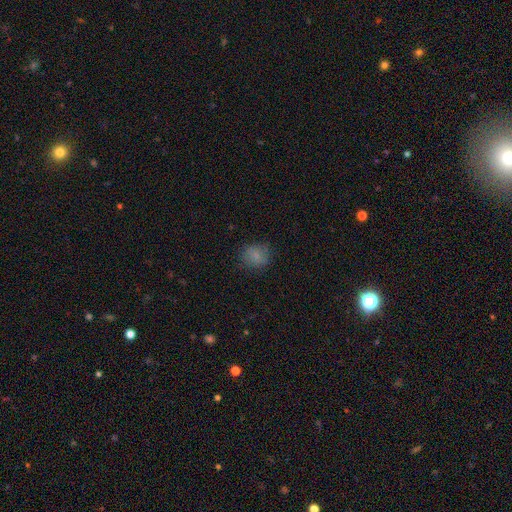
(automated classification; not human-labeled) smooth-or-featured: smooth: 81% | star or artifact: 11% | featured or disk: 8%
  how-rounded: round: 69% | in between: 30% | cigar-shaped: 1%
  merging: none: 78% | minor disturbance: 16% | major disturbance: 5% | merger: 1%